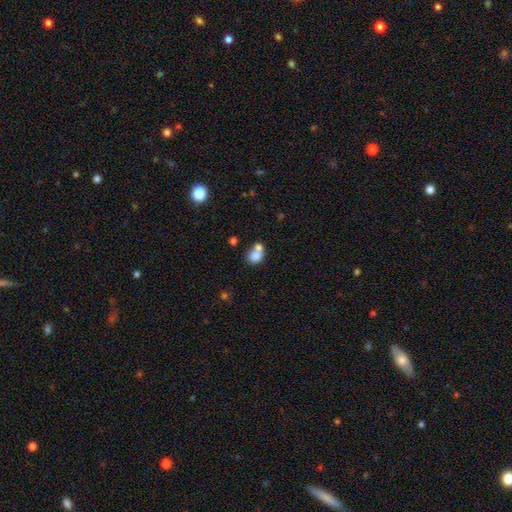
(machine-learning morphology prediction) The model was most divided on "merging": merger: 54%, none: 33%, minor disturbance: 9%, major disturbance: 4%. More confident: smooth or featured — smooth (76%); how rounded — round (64%).